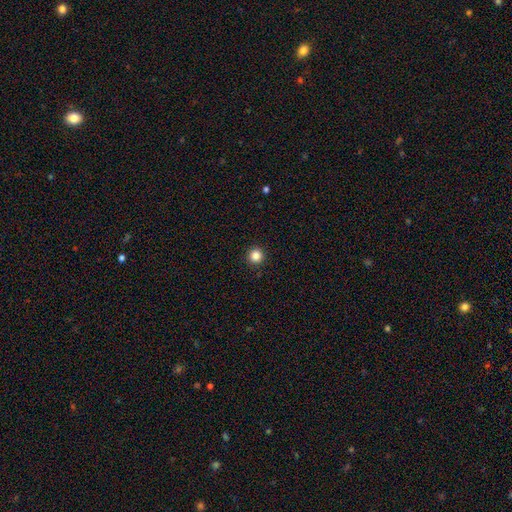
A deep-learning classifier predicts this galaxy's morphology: Smooth or featured? smooth (85%)
How rounded? round (96%)
Merging? none (93%)